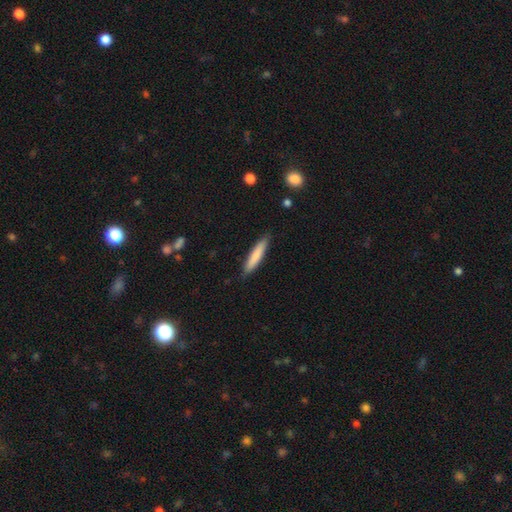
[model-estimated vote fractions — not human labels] smooth_or_featured: smooth (p=0.79) [alt: featured or disk p=0.15]
how_rounded: cigar-shaped (p=0.88) [alt: in between p=0.11]
merging: none (p=0.87) [alt: minor disturbance p=0.10]